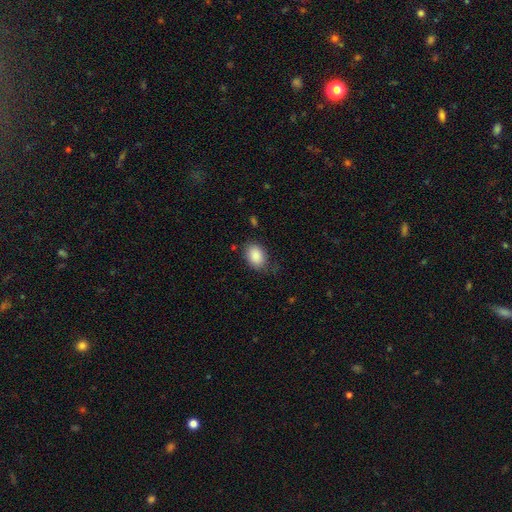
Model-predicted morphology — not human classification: Smooth or featured? smooth (87%)
How rounded? in between (80%)
Merging? none (71%)